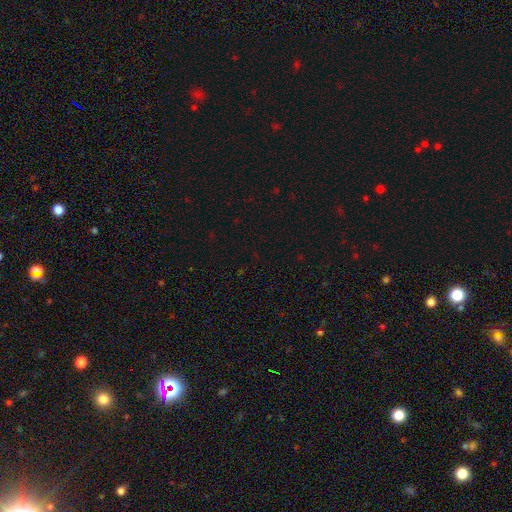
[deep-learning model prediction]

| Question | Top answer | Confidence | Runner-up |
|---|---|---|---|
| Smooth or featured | star or artifact | 72% | smooth (21%) |